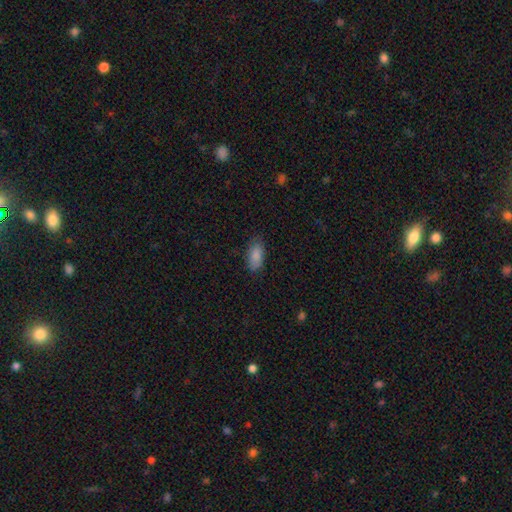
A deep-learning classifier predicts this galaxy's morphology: smooth_or_featured: smooth (p=0.88) [alt: star or artifact p=0.07]
how_rounded: in between (p=0.90) [alt: cigar-shaped p=0.07]
merging: none (p=0.77) [alt: minor disturbance p=0.18]